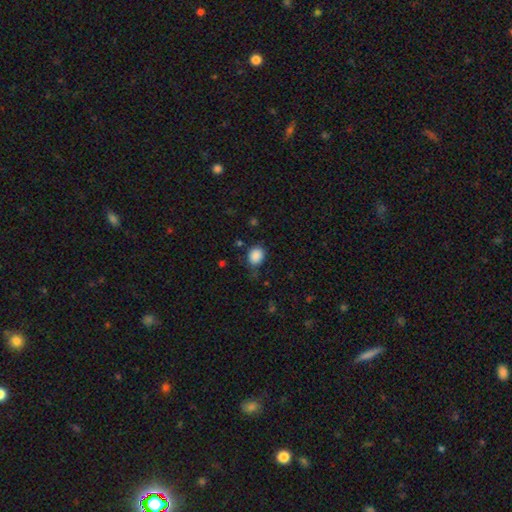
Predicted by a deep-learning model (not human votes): This is clearly a smooth galaxy (88%). How rounded: possibly round (54%). Merging: likely none (75%).